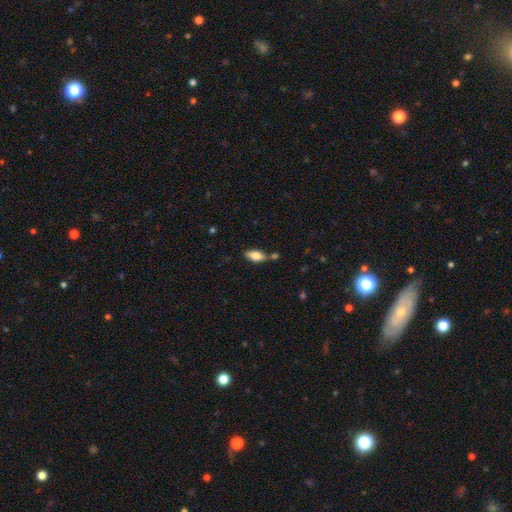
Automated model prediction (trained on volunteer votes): This is likely a smooth galaxy (78%). How rounded: clearly in between (87%). Merging: likely none (67%).